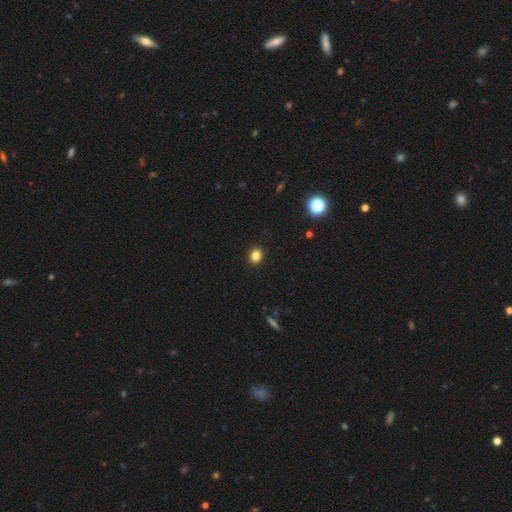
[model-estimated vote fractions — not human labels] Morphology: type=smooth (83%); roundness=round (75%); merging=none (92%).